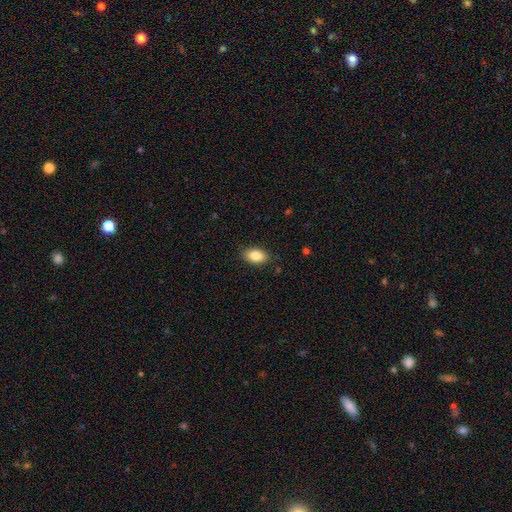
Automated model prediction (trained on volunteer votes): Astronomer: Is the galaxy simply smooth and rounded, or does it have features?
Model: smooth — 85%.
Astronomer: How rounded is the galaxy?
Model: in between — 91%.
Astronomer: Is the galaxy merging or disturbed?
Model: none — 87%.